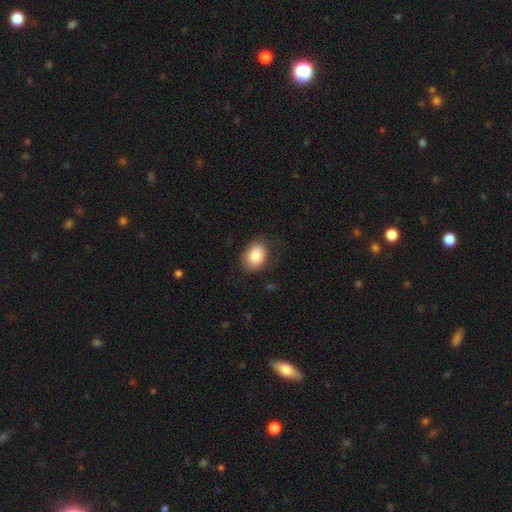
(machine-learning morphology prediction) Smooth or featured: smooth — 86% (featured or disk — 7%)
How rounded: in between — 69% (round — 30%)
Merging: none — 71% (minor disturbance — 20%)